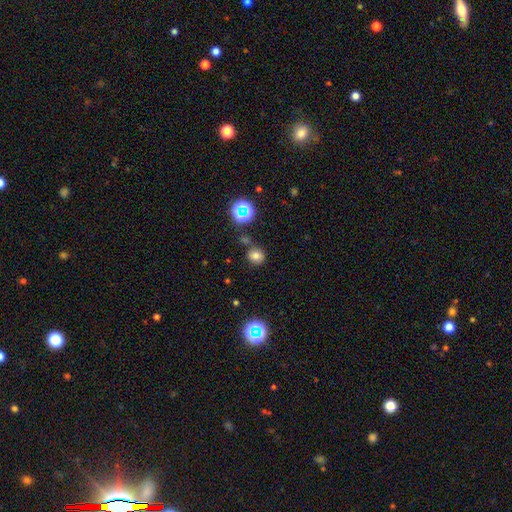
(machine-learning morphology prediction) smooth-or-featured: smooth: 72% | star or artifact: 20% | featured or disk: 8%
  how-rounded: round: 78% | in between: 21% | cigar-shaped: 1%
  merging: none: 73% | minor disturbance: 12% | merger: 11% | major disturbance: 4%